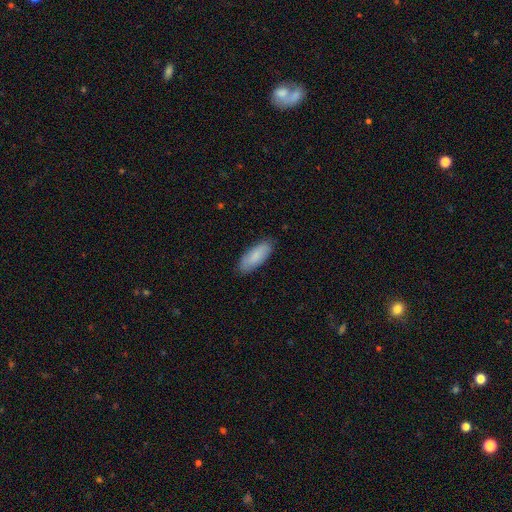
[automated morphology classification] Smooth or featured? smooth (85%)
How rounded? in between (74%)
Merging? none (86%)